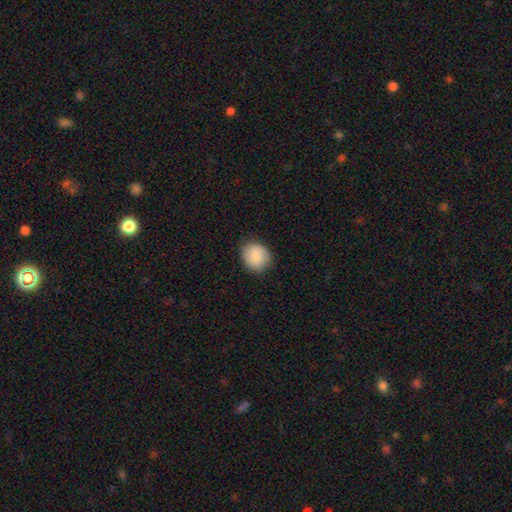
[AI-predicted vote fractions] This appears to be a smooth galaxy with no disk features (85%) that is round (77%). Merging: none (85%).